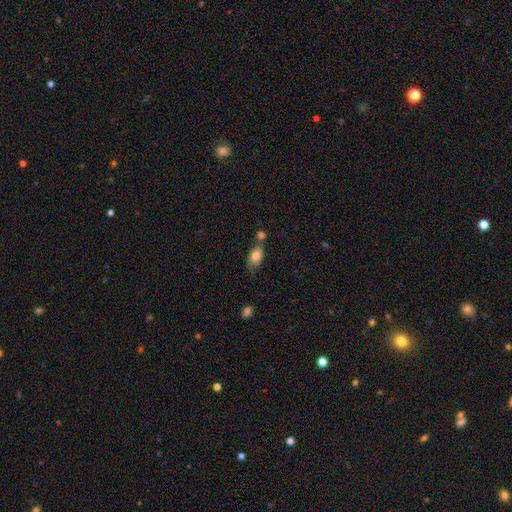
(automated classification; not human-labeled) Q: Smooth or featured?
A: smooth (81%); runner-up: featured or disk (11%)
Q: How rounded?
A: in between (86%); runner-up: round (11%)
Q: Merging?
A: none (49%); runner-up: merger (25%)